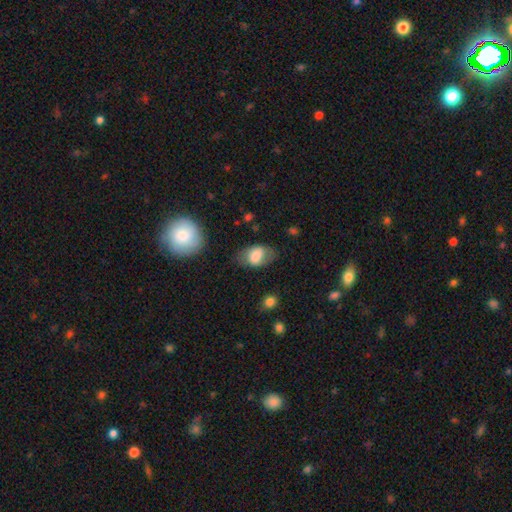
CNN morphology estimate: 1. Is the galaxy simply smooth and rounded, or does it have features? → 71% smooth, 21% featured or disk, 8% star or artifact.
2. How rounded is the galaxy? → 86% in between, 12% round, 2% cigar-shaped.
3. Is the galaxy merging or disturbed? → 64% none, 23% minor disturbance, 11% major disturbance, 2% merger.